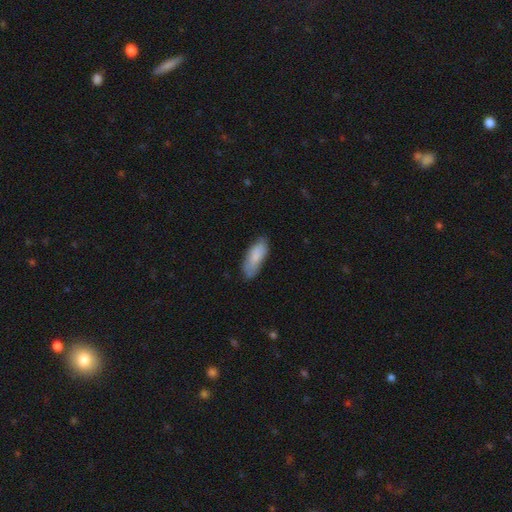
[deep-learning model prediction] smooth 82%, featured or disk 12%, star or artifact 6%. Down the decision tree: how rounded — in between (71%); merging — none (70%).